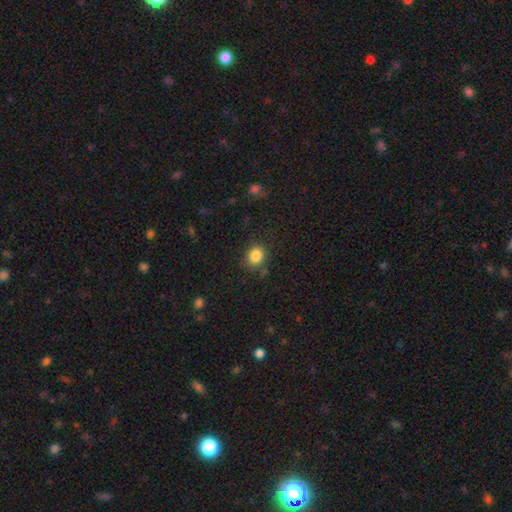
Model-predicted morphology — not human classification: A smooth galaxy with no disk features (85%) that is round (63%).

Vote fractions:
- Smooth or featured? smooth: 85% / star or artifact: 10% / featured or disk: 5%
- How rounded? round: 63% / in between: 36% / cigar-shaped: 1%
- Merging? none: 80% / minor disturbance: 13% / major disturbance: 4% / merger: 3%